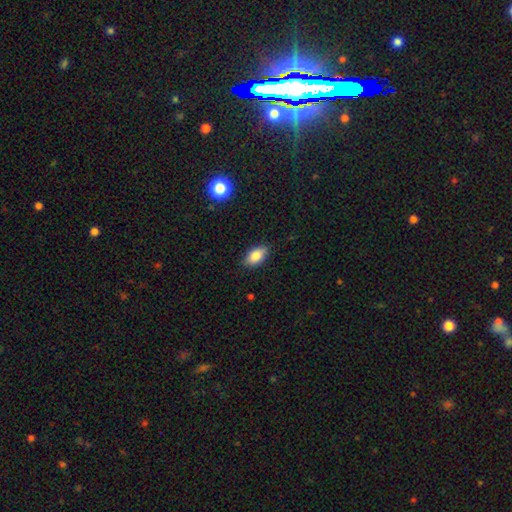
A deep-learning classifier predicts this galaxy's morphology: smooth 85%, star or artifact 8%, featured or disk 7%. Down the decision tree: how rounded — in between (91%); merging — none (84%).